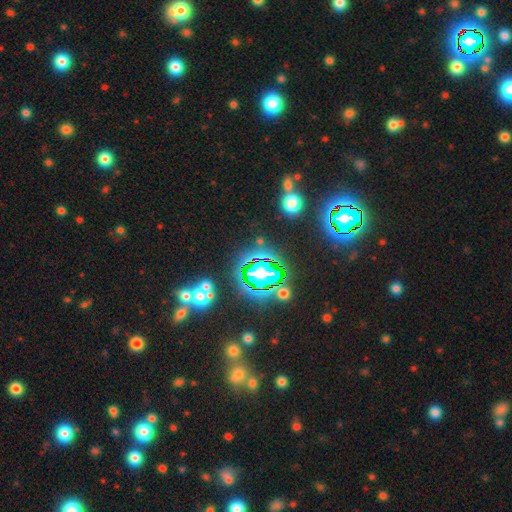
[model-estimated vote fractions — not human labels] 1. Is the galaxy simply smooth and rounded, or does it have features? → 79% star or artifact, 13% smooth, 8% featured or disk.